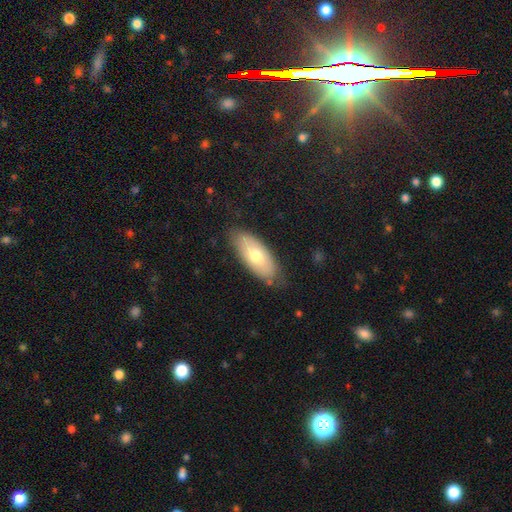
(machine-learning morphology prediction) smooth 66%, featured or disk 28%, star or artifact 6%. Down the decision tree: how rounded — in between (85%); merging — none (77%).